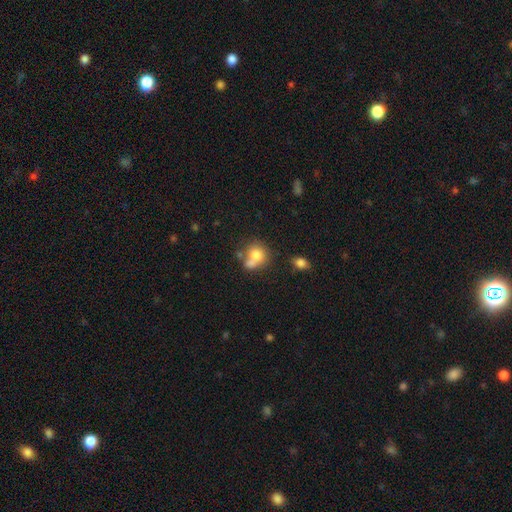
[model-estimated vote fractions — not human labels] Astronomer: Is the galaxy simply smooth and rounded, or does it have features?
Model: smooth — 74%.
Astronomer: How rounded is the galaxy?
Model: round — 71%.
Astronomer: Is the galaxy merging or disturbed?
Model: merger — 45% (runner-up: none, 34%).